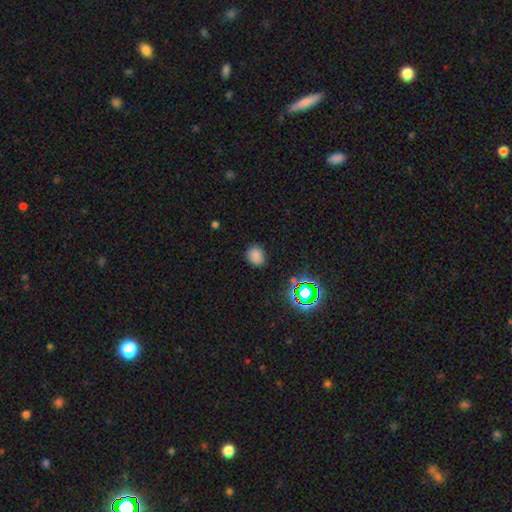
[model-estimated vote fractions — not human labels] Smooth or featured? smooth (76%)
How rounded? round (63%)
Merging? none (82%)